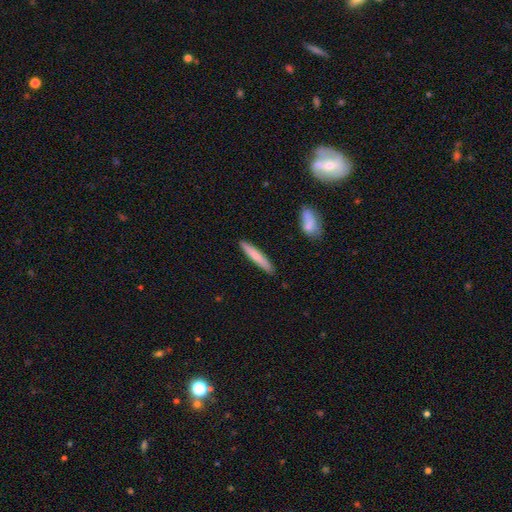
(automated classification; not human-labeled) A smooth galaxy with no disk features (75%) that is cigar-shaped (93%).

Vote fractions:
- Smooth or featured? smooth: 75% / featured or disk: 20% / star or artifact: 5%
- How rounded? cigar-shaped: 93% / in between: 5% / round: 1%
- Merging? none: 90% / minor disturbance: 7% / merger: 2% / major disturbance: 2%